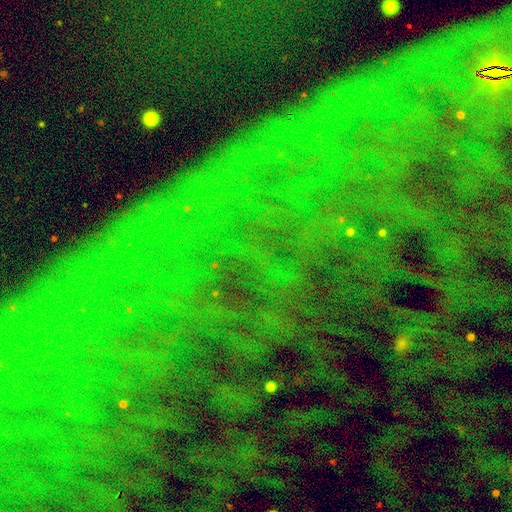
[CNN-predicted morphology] Overall: star or artifact (82%).